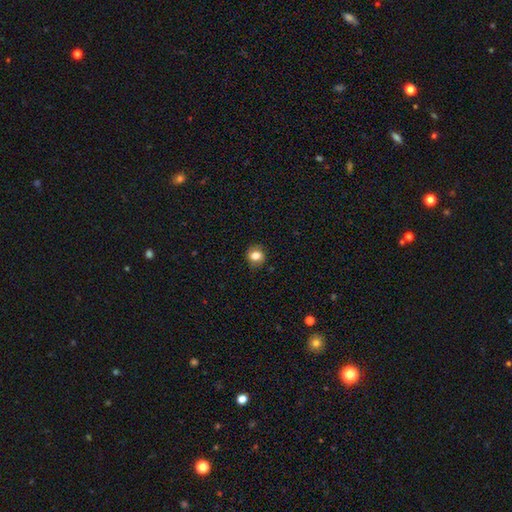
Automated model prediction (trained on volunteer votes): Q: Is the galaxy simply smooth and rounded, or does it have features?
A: smooth — 80%.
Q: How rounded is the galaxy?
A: round — 79%.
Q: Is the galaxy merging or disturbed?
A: none — 84%.